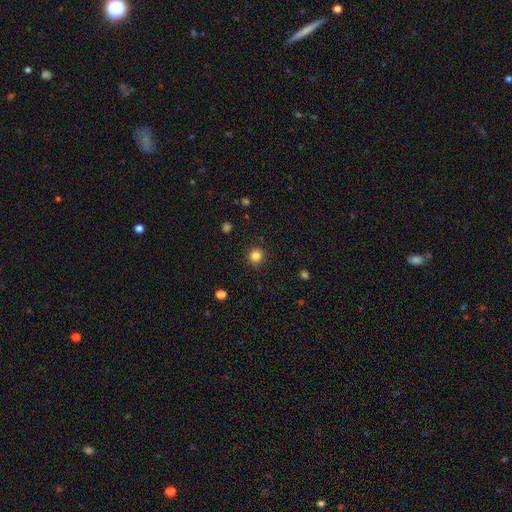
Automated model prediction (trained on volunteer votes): smooth_or_featured: smooth (p=0.83) [alt: star or artifact p=0.12]
how_rounded: round (p=0.93) [alt: in between p=0.06]
merging: none (p=0.91) [alt: minor disturbance p=0.06]